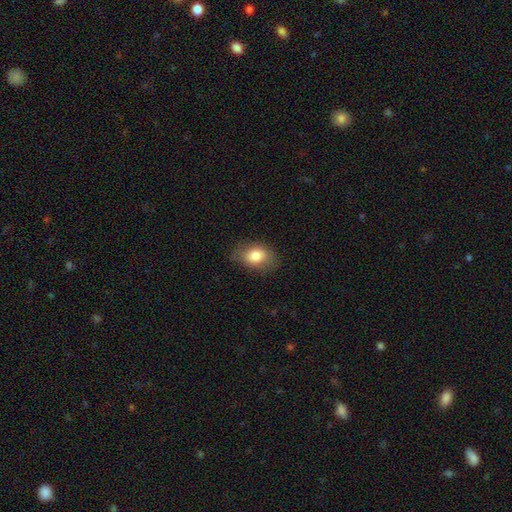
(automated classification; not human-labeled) Overall: smooth (80%). How rounded: in between (76%). Merging: none (76%).